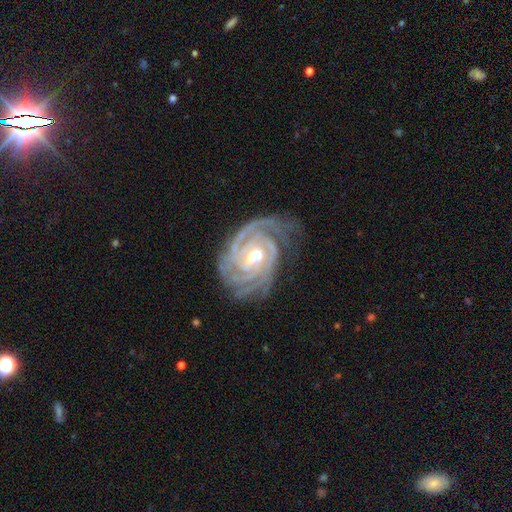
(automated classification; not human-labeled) smooth-or-featured: featured or disk: 92% | star or artifact: 4% | smooth: 4%
  disk-edge-on: no: 97% | yes: 3%
    bar: weak: 40% | no: 39% | strong: 20%
    has-spiral-arms: yes: 98% | no: 2%
      spiral-winding: tight: 71% | medium: 25% | loose: 4%
      spiral-arm-count: 3: 28% | 4: 20% | 2: 18% | can't tell: 17% | more than 4: 10% | 1: 8%
    bulge-size: moderate: 66% | small: 27% | large: 5% | none: 1% | dominant: 1%
  merging: none: 69% | minor disturbance: 20% | major disturbance: 9% | merger: 2%